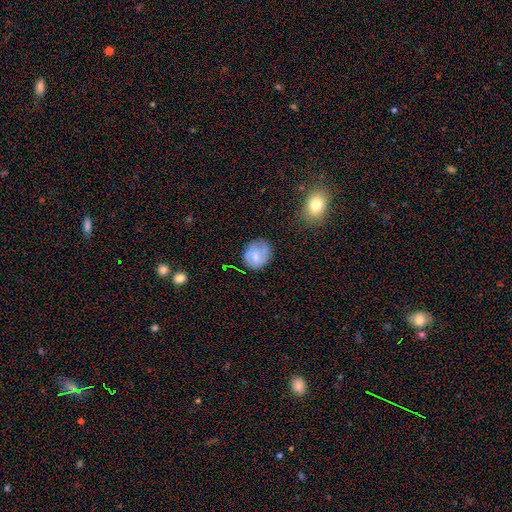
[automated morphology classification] smooth 67%, featured or disk 25%, star or artifact 8%. Down the decision tree: how rounded — round (65%); merging — none (67%).